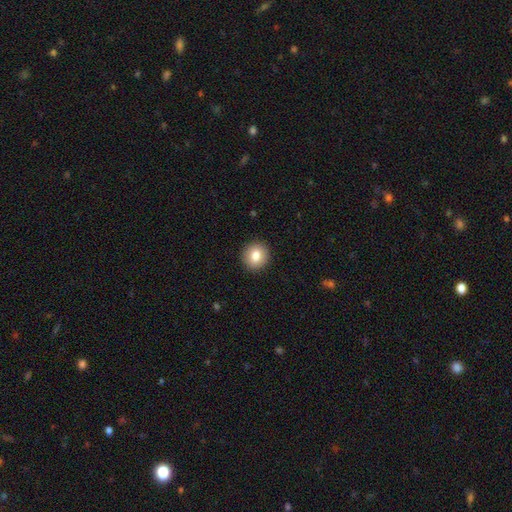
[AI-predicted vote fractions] Smooth or featured? smooth (82%)
How rounded? round (88%)
Merging? none (92%)